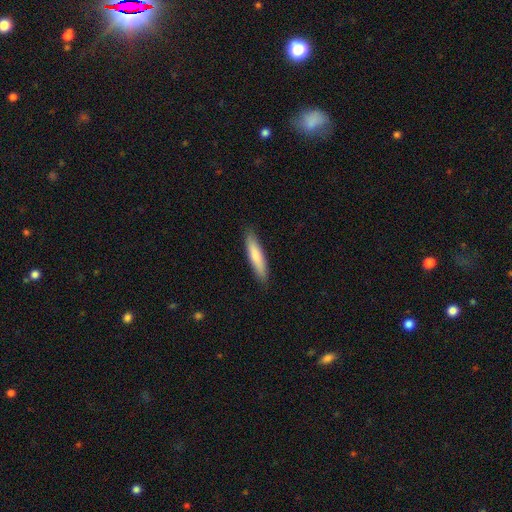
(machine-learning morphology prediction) smooth 79%, featured or disk 15%, star or artifact 5%. Down the decision tree: how rounded — cigar-shaped (81%); merging — none (89%).